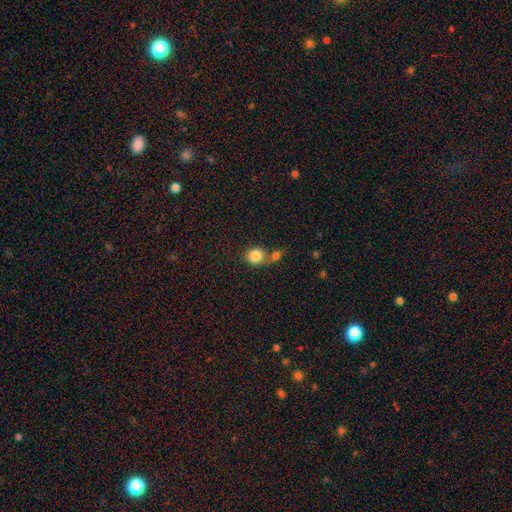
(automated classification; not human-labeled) A smooth galaxy with no disk features (84%) that is round (81%).

Vote fractions:
- Smooth or featured? smooth: 84% / star or artifact: 9% / featured or disk: 8%
- How rounded? round: 81% / in between: 18% / cigar-shaped: 1%
- Merging? merger: 46% / none: 40% / minor disturbance: 9% / major disturbance: 5%